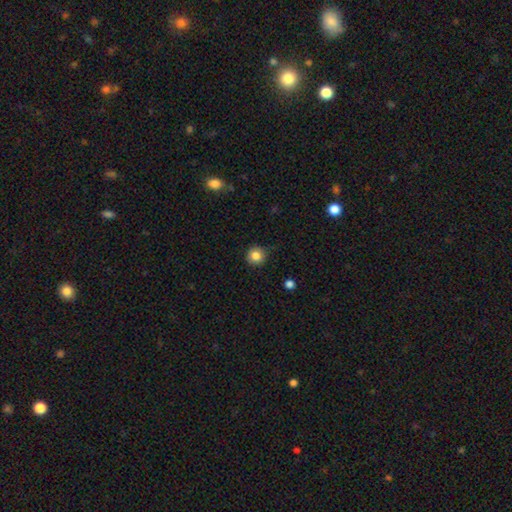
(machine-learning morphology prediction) smooth-or-featured: smooth: 84% | star or artifact: 10% | featured or disk: 5%
  how-rounded: round: 94% | in between: 5% | cigar-shaped: 1%
  merging: none: 86% | minor disturbance: 11% | major disturbance: 2% | merger: 1%